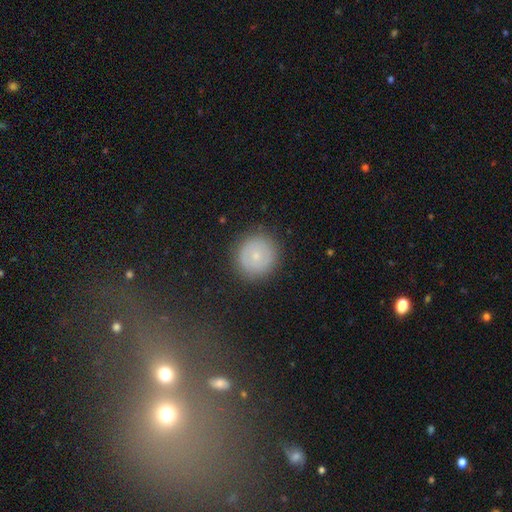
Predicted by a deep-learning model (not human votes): smooth-or-featured: smooth: 62% | featured or disk: 29% | star or artifact: 9%
  how-rounded: round: 93% | in between: 6% | cigar-shaped: 1%
  merging: none: 88% | minor disturbance: 8% | major disturbance: 3% | merger: 1%